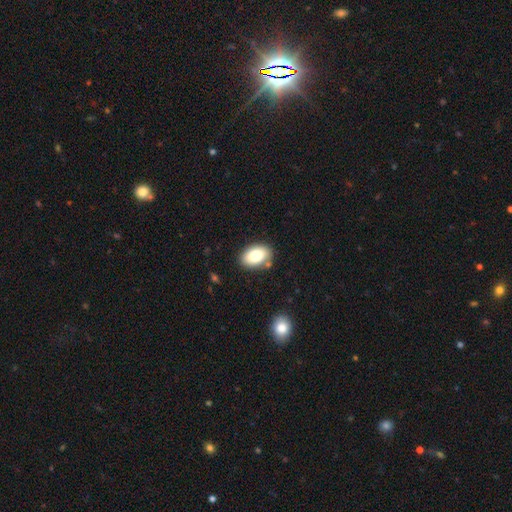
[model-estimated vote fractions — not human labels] Smooth or featured? Predicted: smooth (p=0.78). How rounded? Predicted: in between (p=0.88). Merging? Predicted: none (p=0.83).